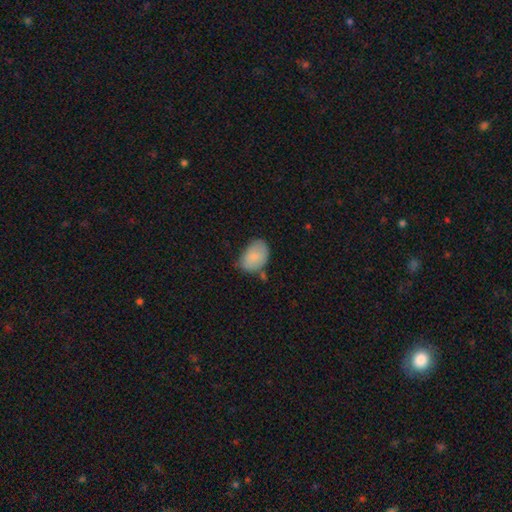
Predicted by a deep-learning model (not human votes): Smooth or featured: smooth — 83% (featured or disk — 10%)
How rounded: in between — 86% (round — 13%)
Merging: none — 54% (minor disturbance — 33%)